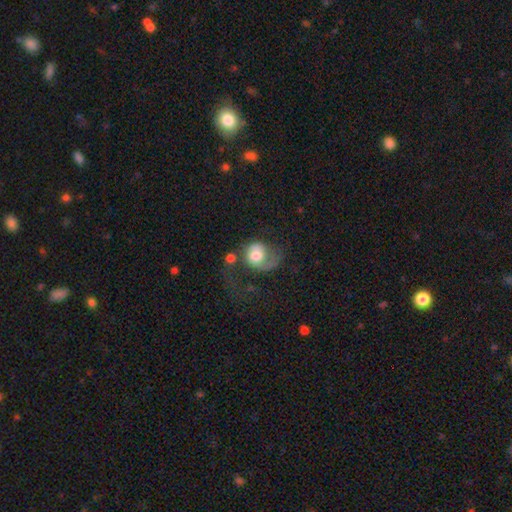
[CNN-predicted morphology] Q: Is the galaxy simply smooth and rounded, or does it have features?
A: featured or disk — 48%.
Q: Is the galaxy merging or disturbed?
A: major disturbance — 44%.